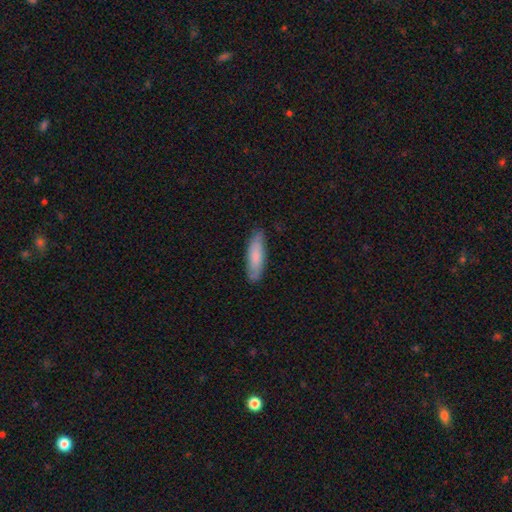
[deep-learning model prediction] This is likely a smooth galaxy (75%). How rounded: possibly cigar-shaped (58%). Merging: clearly none (82%).